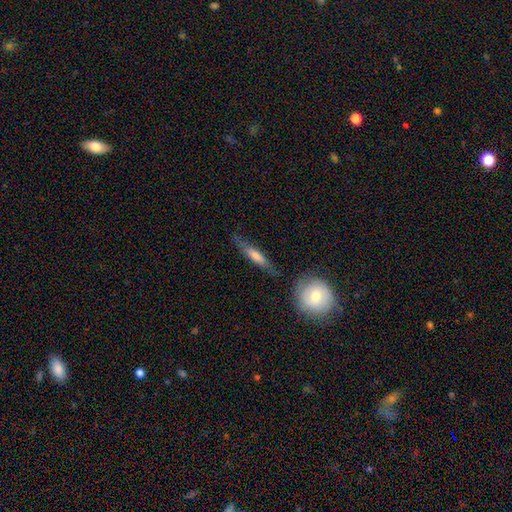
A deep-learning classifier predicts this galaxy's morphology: Smooth or featured: featured or disk — 47% (smooth — 45%)
Merging: none — 72% (minor disturbance — 19%)